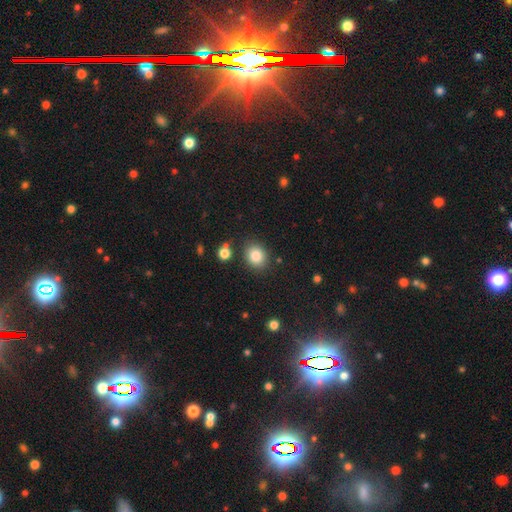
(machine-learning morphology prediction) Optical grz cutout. It shows a smooth galaxy with no disk features (84%) that is round (64%). Merging: none (82%).